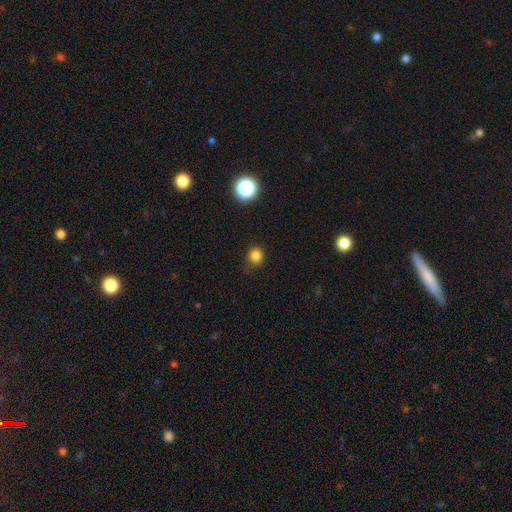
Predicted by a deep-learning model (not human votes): smooth 81%, star or artifact 15%, featured or disk 4%. Down the decision tree: how rounded — round (89%); merging — none (82%).